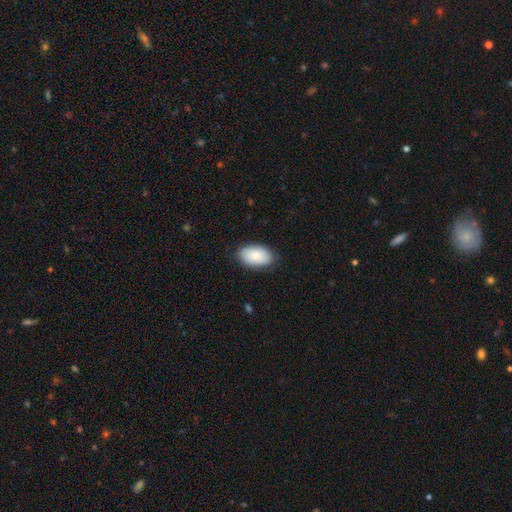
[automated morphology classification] A smooth galaxy with no disk features (83%) that is in between round and cigar-shaped (94%). Merging: none (83%).